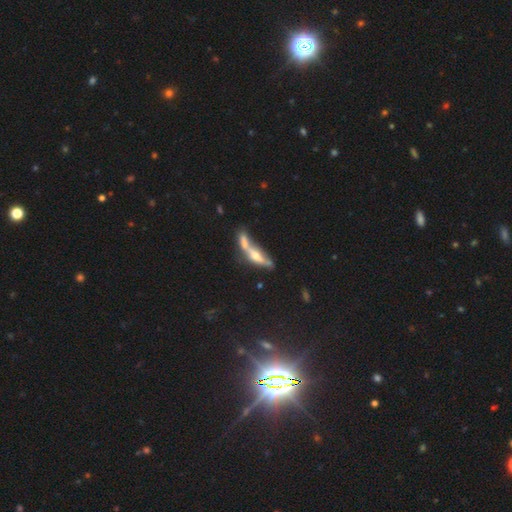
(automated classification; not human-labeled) Morphology: type=featured or disk (62%); edge-on=yes (77%); merging=merger (43%).